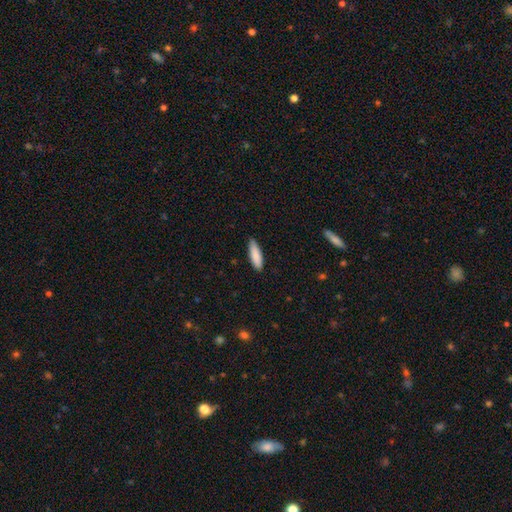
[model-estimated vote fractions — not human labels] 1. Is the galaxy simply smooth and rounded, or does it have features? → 87% smooth, 7% featured or disk, 6% star or artifact.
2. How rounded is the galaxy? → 55% cigar-shaped, 44% in between, 1% round.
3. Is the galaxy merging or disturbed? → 85% none, 13% minor disturbance, 2% major disturbance, 1% merger.